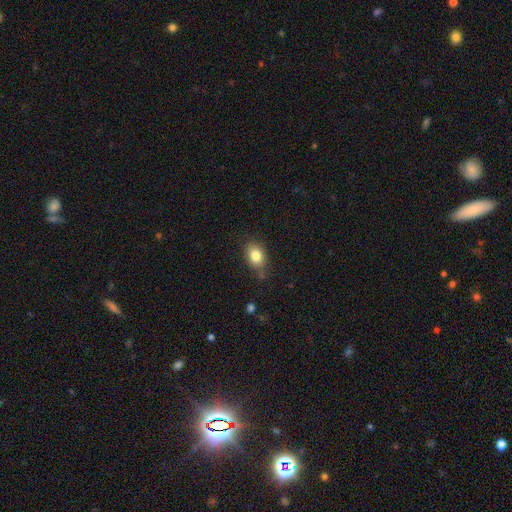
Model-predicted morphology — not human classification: This is clearly a smooth galaxy (83%). How rounded: likely in between (77%). Merging: likely none (75%).